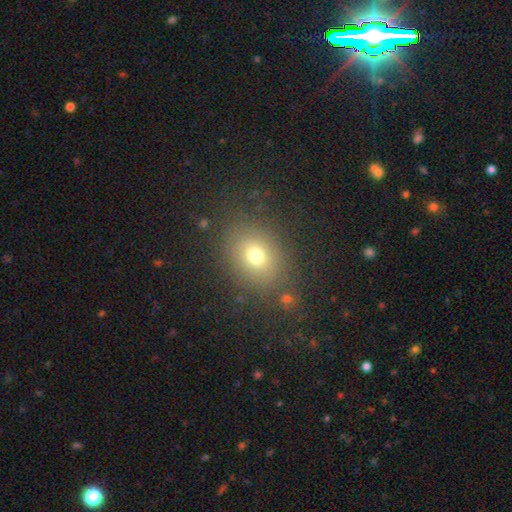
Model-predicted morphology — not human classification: A smooth galaxy with no disk features (72%) that is round (51%).

Vote fractions:
- Smooth or featured? smooth: 72% / star or artifact: 17% / featured or disk: 11%
- How rounded? round: 51% / in between: 48% / cigar-shaped: 1%
- Merging? none: 81% / minor disturbance: 11% / major disturbance: 6% / merger: 3%